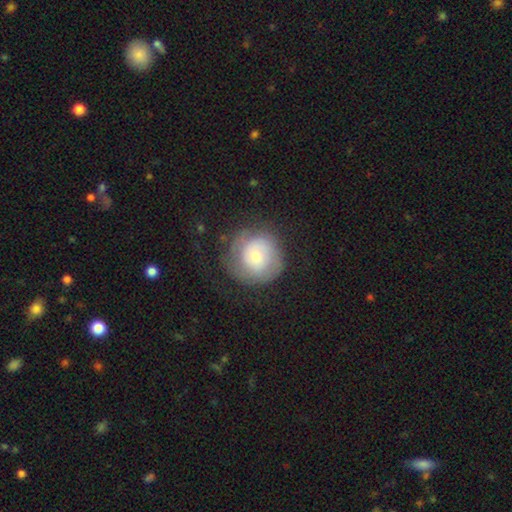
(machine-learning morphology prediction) This appears to be a smooth galaxy with no disk features (54%) that is round (91%). Merging: none (63%).